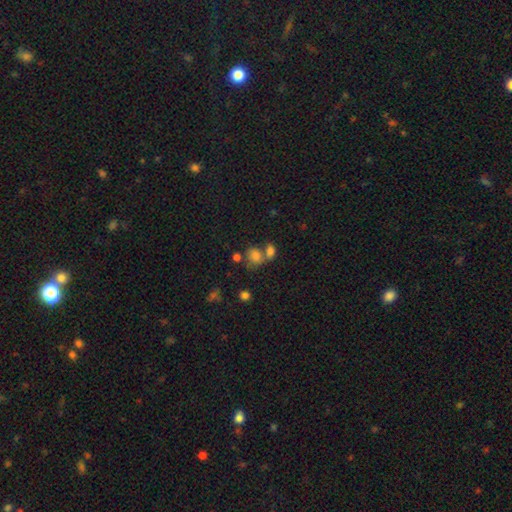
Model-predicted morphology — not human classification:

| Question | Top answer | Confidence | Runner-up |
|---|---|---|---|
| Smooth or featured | smooth | 76% | star or artifact (14%) |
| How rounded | in between | 57% | round (41%) |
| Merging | merger | 46% | none (36%) |